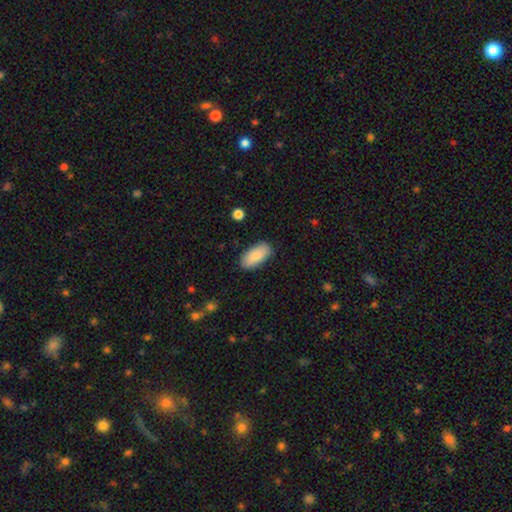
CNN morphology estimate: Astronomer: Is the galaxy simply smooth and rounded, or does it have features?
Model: smooth — 83%.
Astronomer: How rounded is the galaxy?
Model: in between — 92%.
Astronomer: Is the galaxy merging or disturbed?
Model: none — 85%.